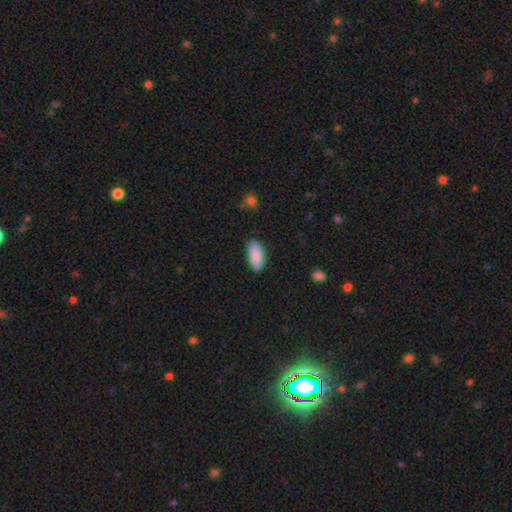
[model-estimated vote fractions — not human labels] Smooth or featured: smooth — 89% (star or artifact — 6%)
How rounded: in between — 92% (cigar-shaped — 6%)
Merging: none — 86% (minor disturbance — 11%)